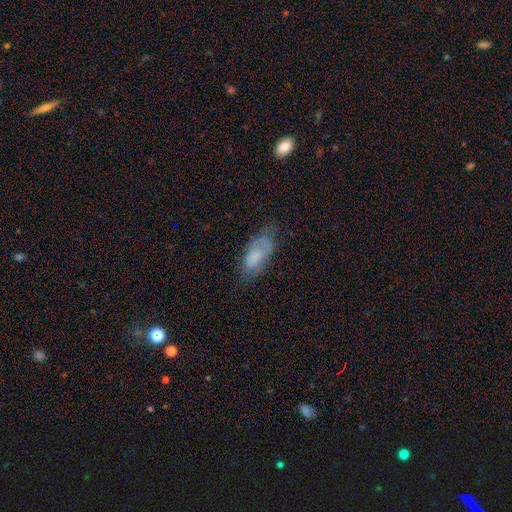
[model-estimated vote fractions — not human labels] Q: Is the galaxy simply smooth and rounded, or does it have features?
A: smooth — 70%.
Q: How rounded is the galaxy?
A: in between — 81%.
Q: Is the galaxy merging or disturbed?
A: none — 60%.